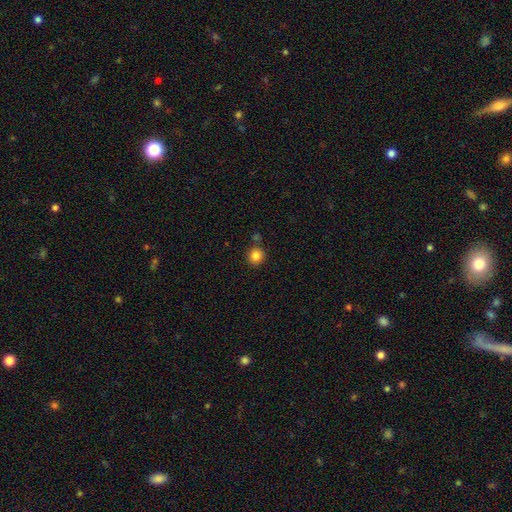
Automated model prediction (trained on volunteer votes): smooth 85%, star or artifact 11%, featured or disk 5%. Down the decision tree: how rounded — round (89%); merging — none (81%).